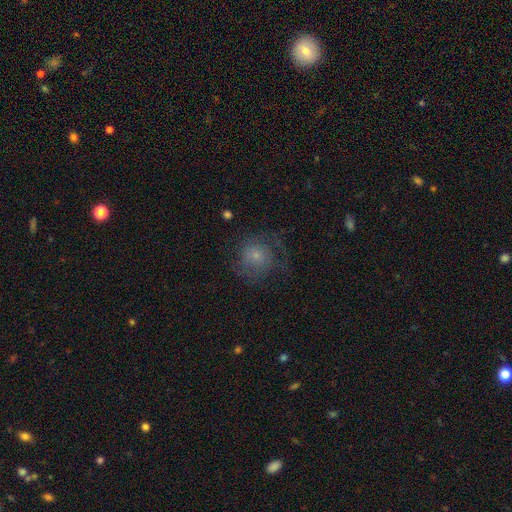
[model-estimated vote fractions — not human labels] Smooth or featured? smooth (58%)
How rounded? round (85%)
Merging? none (56%)